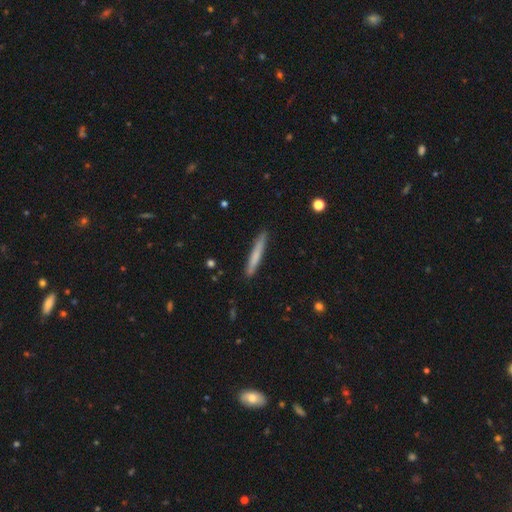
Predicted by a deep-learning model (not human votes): Overall: smooth (69%). How rounded: cigar-shaped (96%). Merging: none (88%).